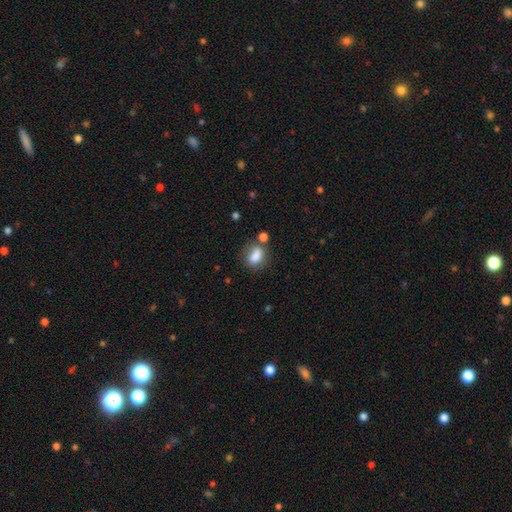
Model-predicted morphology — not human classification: smooth_or_featured: smooth (p=0.82) [alt: featured or disk p=0.09]
how_rounded: in between (p=0.73) [alt: round p=0.22]
merging: none (p=0.61) [alt: minor disturbance p=0.19]